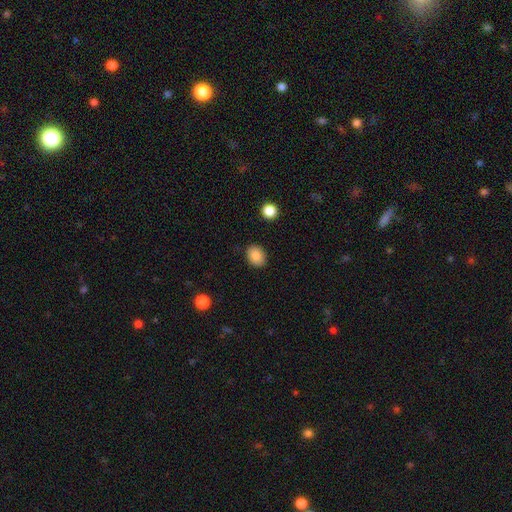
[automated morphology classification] smooth 87%, star or artifact 9%, featured or disk 4%. Down the decision tree: how rounded — in between (56%); merging — none (88%).